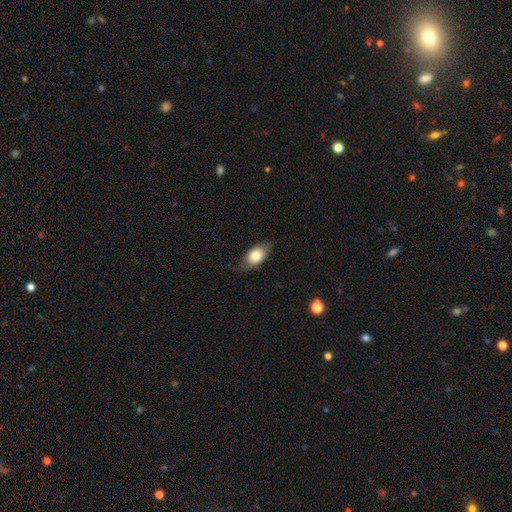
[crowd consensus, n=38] smooth-or-featured: smooth: 66% | featured or disk: 29% | star or artifact: 5%
  how-rounded: in between: 80% | round: 12% | cigar-shaped: 8%
  merging: none: 69% | minor disturbance: 28% | major disturbance: 3% | merger: 0%